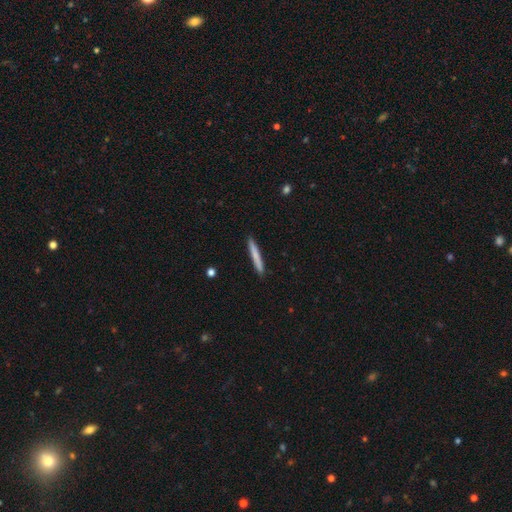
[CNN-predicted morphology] type=smooth (73%); roundness=cigar-shaped (96%); merging=none (91%).